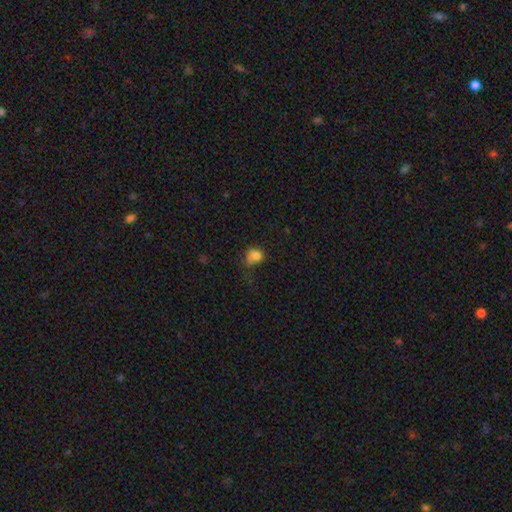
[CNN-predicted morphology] A smooth galaxy with no disk features (78%) that is round (56%).

Vote fractions:
- Smooth or featured? smooth: 78% / star or artifact: 13% / featured or disk: 9%
- How rounded? round: 56% / in between: 43% / cigar-shaped: 1%
- Merging? none: 38% / minor disturbance: 33% / major disturbance: 23% / merger: 6%